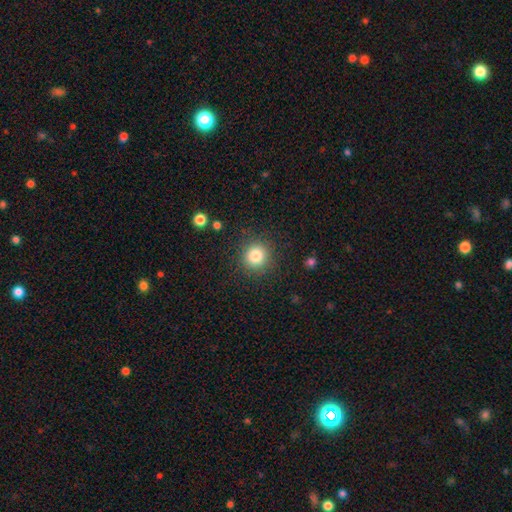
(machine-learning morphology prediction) Smooth or featured?
  - smooth: 82% *
  - star or artifact: 11%
  - featured or disk: 6%
How rounded?
  - round: 92% *
  - in between: 7%
  - cigar-shaped: 1%
Merging?
  - none: 88% *
  - minor disturbance: 7%
  - major disturbance: 3%
  - merger: 1%